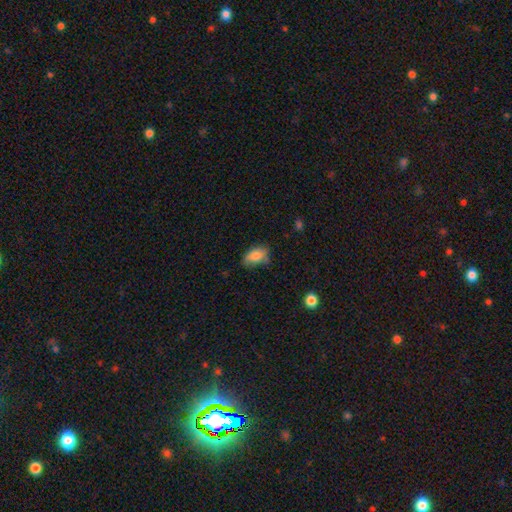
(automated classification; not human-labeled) A smooth galaxy with no disk features (79%) that is in between round and cigar-shaped (89%).

Vote fractions:
- Smooth or featured? smooth: 79% / featured or disk: 13% / star or artifact: 8%
- How rounded? in between: 89% / round: 7% / cigar-shaped: 5%
- Merging? none: 61% / minor disturbance: 29% / major disturbance: 6% / merger: 3%